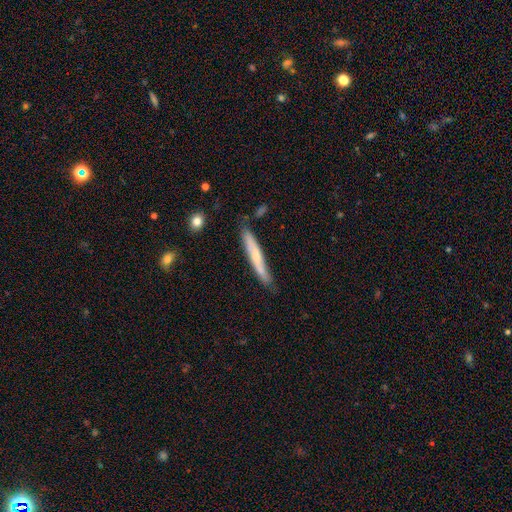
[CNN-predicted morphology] smooth 47% (tied), featured or disk 47% (tied), star or artifact 6%. Down the decision tree: merging — none (77%).